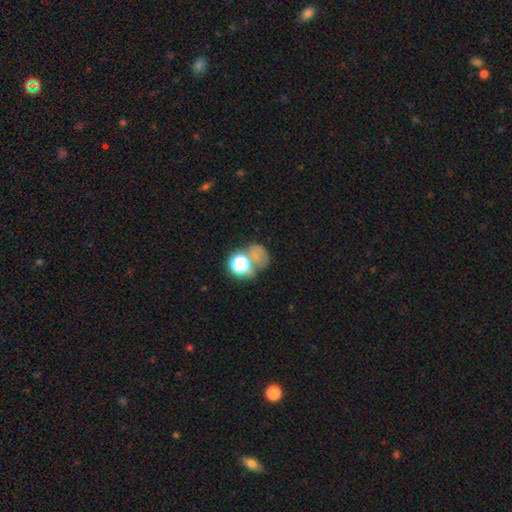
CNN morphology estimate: A smooth galaxy with no disk features (51%) that is round (66%). Merging: none (38%).